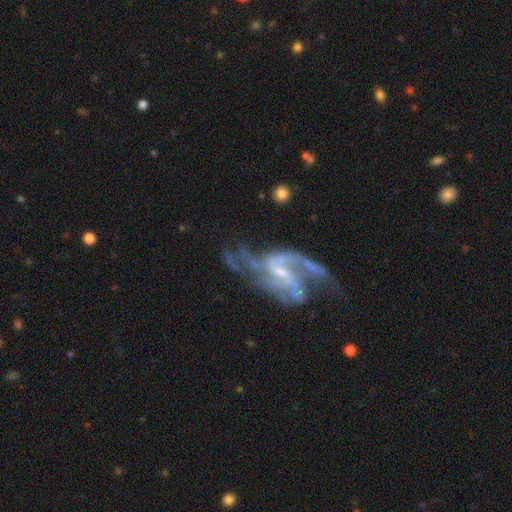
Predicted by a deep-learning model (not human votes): Morphology: type=featured or disk (89%); edge-on=no (97%); bar=weak (52%); spiral arms=yes (94%); winding=loose (47%); arm count=2 (58%); bulge=small (57%); merging=none (42%).